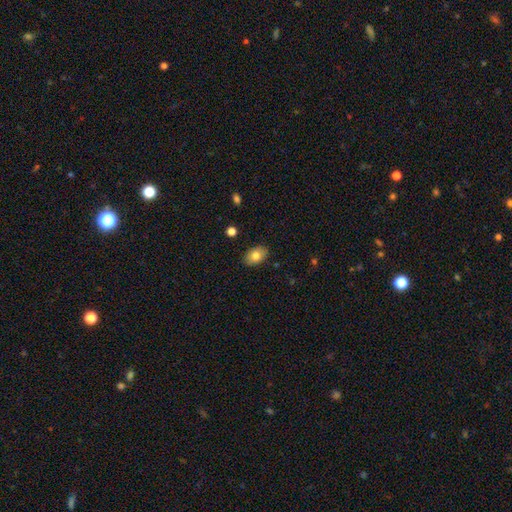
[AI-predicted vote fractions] smooth 80%, featured or disk 12%, star or artifact 7%. Down the decision tree: how rounded — in between (87%); merging — none (88%).